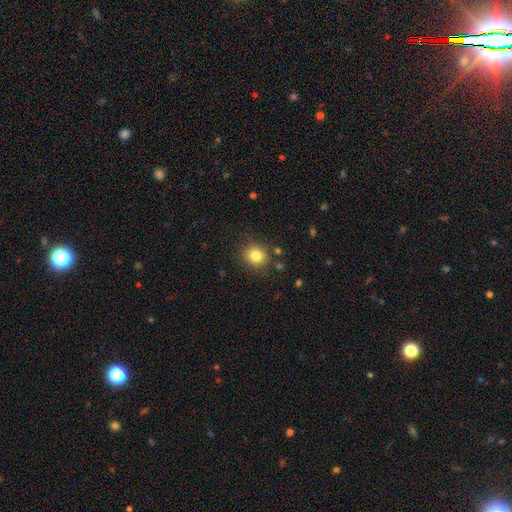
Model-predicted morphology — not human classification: Overall: smooth (82%). How rounded: round (80%). Merging: none (85%).